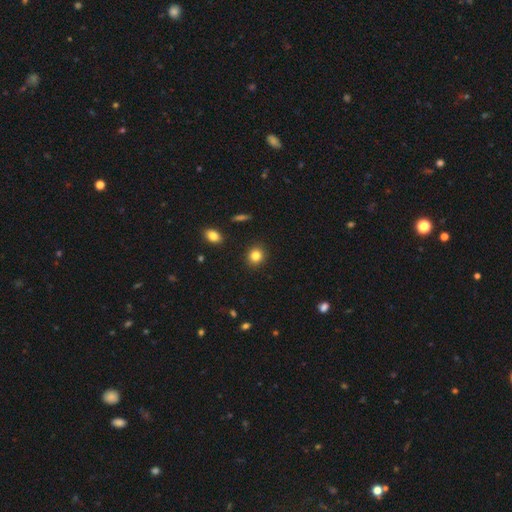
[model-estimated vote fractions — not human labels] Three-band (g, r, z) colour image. It shows a smooth galaxy with no disk features (83%) that is round (83%). Merging: none (91%).